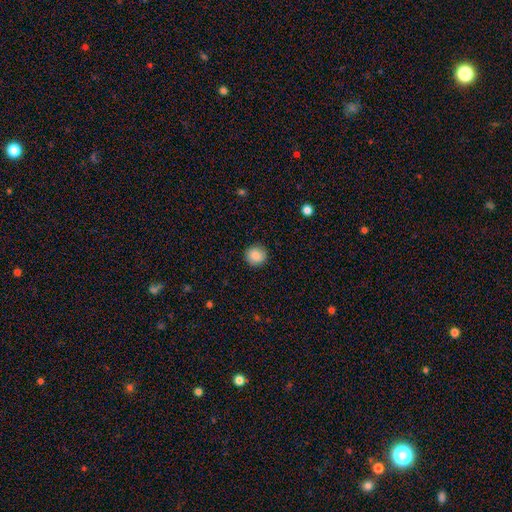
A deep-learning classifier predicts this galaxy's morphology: A smooth galaxy with no disk features (87%) that is round (92%).

Vote fractions:
- Smooth or featured? smooth: 87% / star or artifact: 8% / featured or disk: 4%
- How rounded? round: 92% / in between: 7% / cigar-shaped: 1%
- Merging? none: 90% / minor disturbance: 7% / major disturbance: 2% / merger: 1%